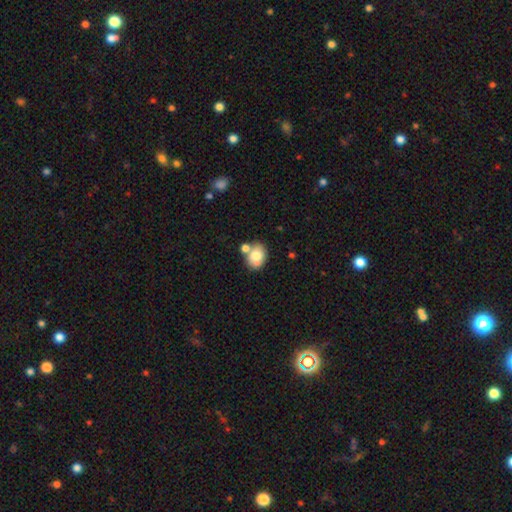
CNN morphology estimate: smooth 74%, featured or disk 18%, star or artifact 8%. Down the decision tree: how rounded — in between (62%); merging — none (51%).